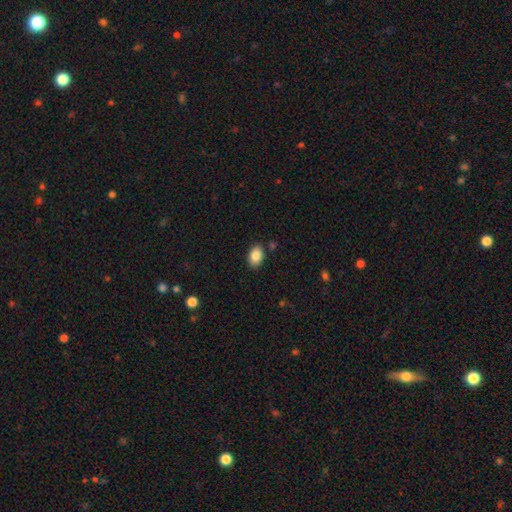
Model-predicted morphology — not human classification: A smooth galaxy with no disk features (87%) that is in between round and cigar-shaped (85%). Merging: none (85%).